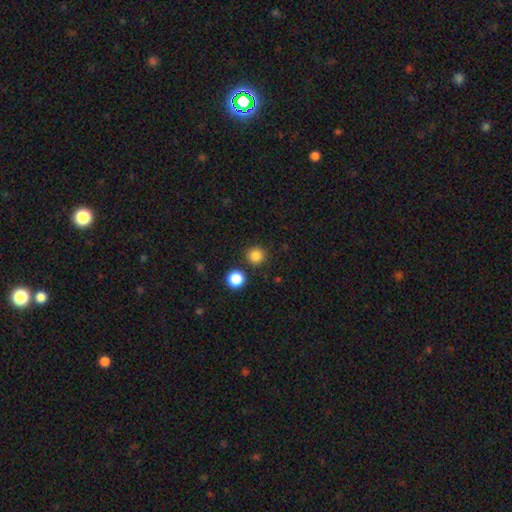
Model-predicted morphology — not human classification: Smooth or featured? smooth (84%)
How rounded? round (94%)
Merging? none (88%)